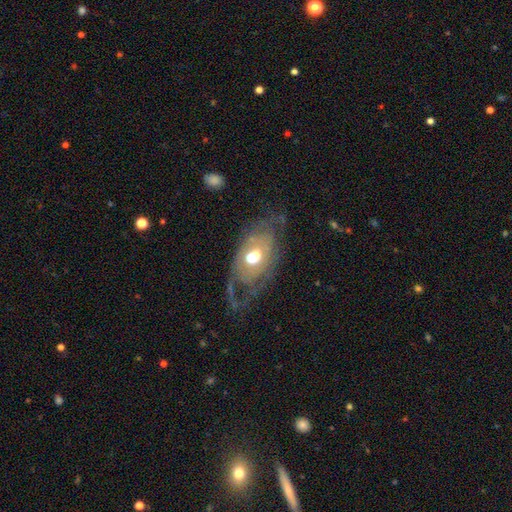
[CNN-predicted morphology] A featured or disk galaxy (70%) with no bar (73%), spiral arms (57%) and a moderate central bulge (70%).

Vote fractions:
- Smooth or featured? featured or disk: 70% / smooth: 23% / star or artifact: 8%
- Edge-on disk? no: 91% / yes: 9%
- Bar? no: 73% / weak: 21% / strong: 6%
- Spiral arms? yes: 57% / no: 43%
- Bulge size? moderate: 70% / large: 19% / small: 8% / dominant: 2% / none: 1%
- Merging? none: 55% / major disturbance: 22% / minor disturbance: 21% / merger: 2%